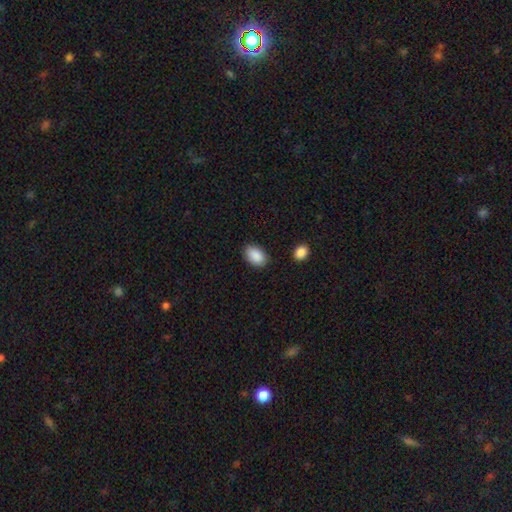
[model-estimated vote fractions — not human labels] smooth-or-featured: smooth: 90% | star or artifact: 7% | featured or disk: 4%
  how-rounded: in between: 90% | round: 9% | cigar-shaped: 1%
  merging: none: 85% | minor disturbance: 11% | major disturbance: 2% | merger: 2%